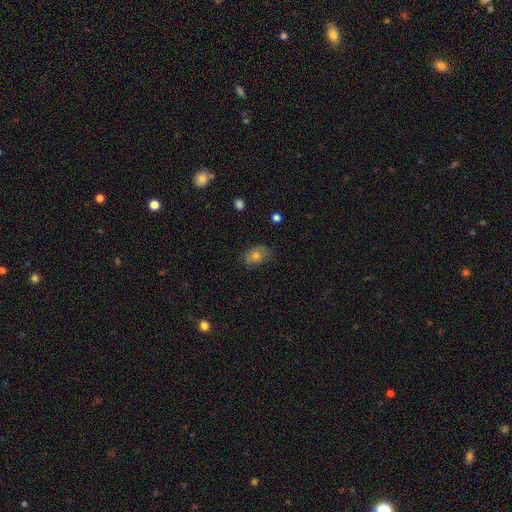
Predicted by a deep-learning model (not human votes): A smooth galaxy with no disk features (69%) that is in between round and cigar-shaped (78%).

Vote fractions:
- Smooth or featured? smooth: 69% / featured or disk: 18% / star or artifact: 13%
- How rounded? in between: 78% / round: 20% / cigar-shaped: 2%
- Merging? none: 69% / minor disturbance: 24% / major disturbance: 6% / merger: 1%